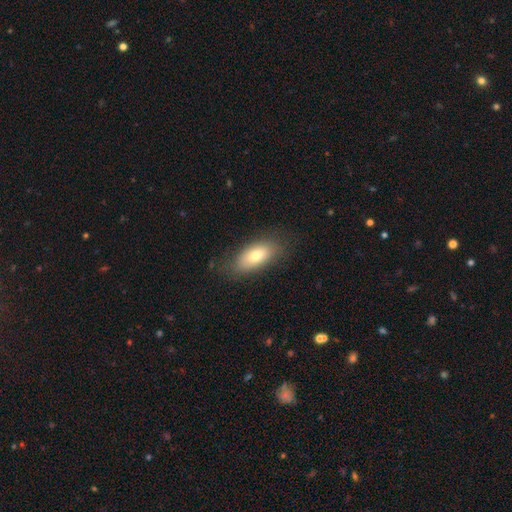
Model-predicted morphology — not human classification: This is likely a smooth galaxy (73%). How rounded: clearly in between (86%). Merging: likely none (79%).